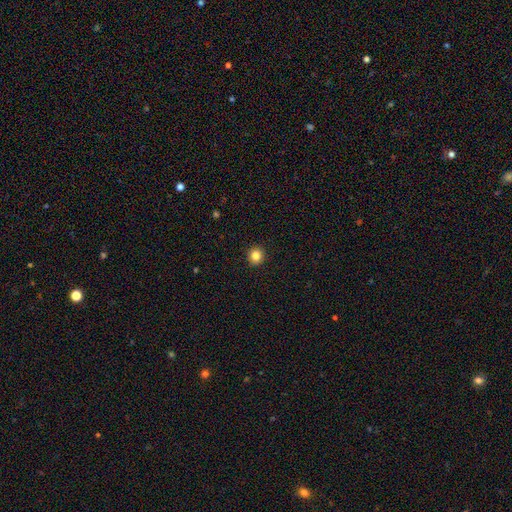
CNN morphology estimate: Q: Smooth or featured?
A: smooth (83%); runner-up: star or artifact (12%)
Q: How rounded?
A: round (91%); runner-up: in between (8%)
Q: Merging?
A: none (93%); runner-up: minor disturbance (4%)